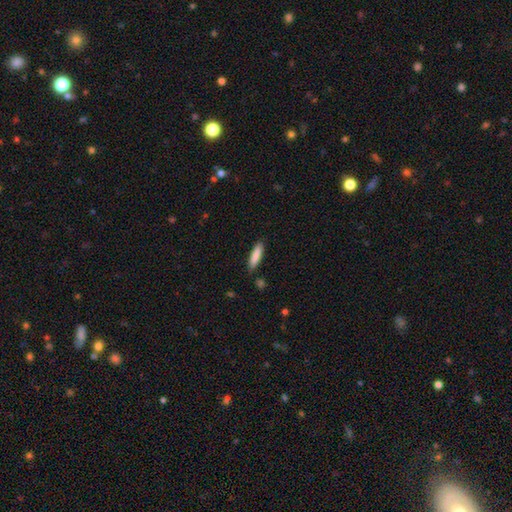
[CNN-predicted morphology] A smooth galaxy with no disk features (86%) that is cigar-shaped (76%).

Vote fractions:
- Smooth or featured? smooth: 86% / featured or disk: 9% / star or artifact: 6%
- How rounded? cigar-shaped: 76% / in between: 23% / round: 1%
- Merging? none: 86% / minor disturbance: 10% / major disturbance: 2% / merger: 2%